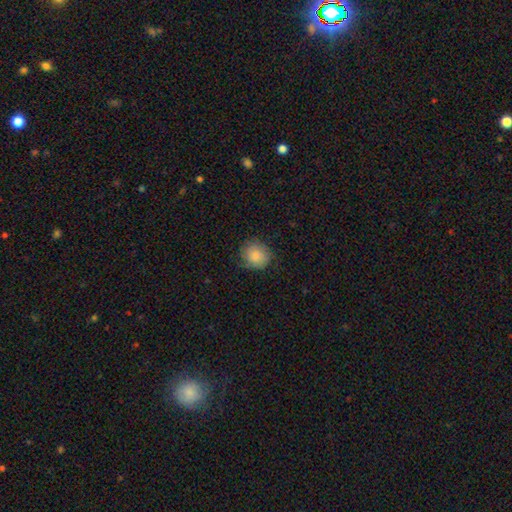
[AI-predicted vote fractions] Smooth or featured: smooth — 84% (featured or disk — 8%)
How rounded: round — 80% (in between — 19%)
Merging: none — 75% (minor disturbance — 20%)